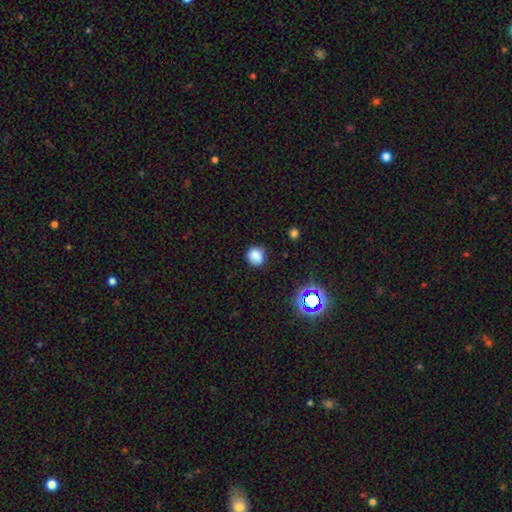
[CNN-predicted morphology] The model was most divided on "smooth or featured": smooth: 82%, star or artifact: 13%, featured or disk: 5%. More confident: how rounded — round (84%); merging — none (83%).